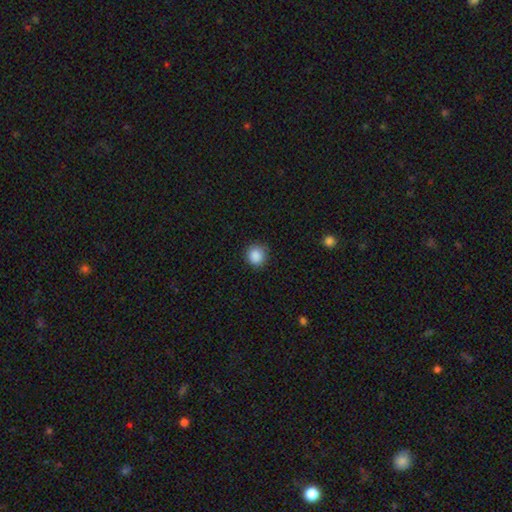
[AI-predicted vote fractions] Smooth or featured?
  - smooth: 88% *
  - star or artifact: 9%
  - featured or disk: 3%
How rounded?
  - round: 91% *
  - in between: 8%
  - cigar-shaped: 1%
Merging?
  - none: 87% *
  - minor disturbance: 10%
  - major disturbance: 2%
  - merger: 1%